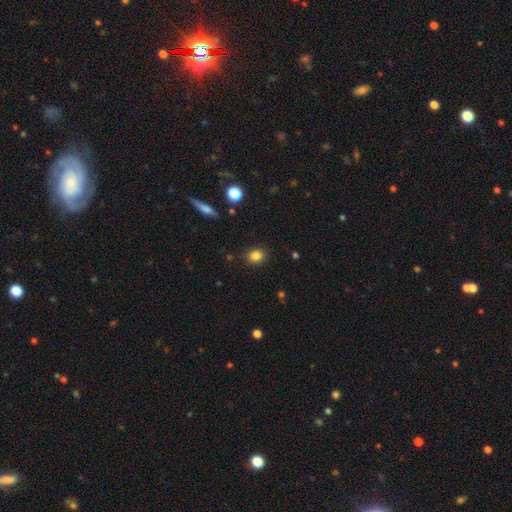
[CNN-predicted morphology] A smooth galaxy with no disk features (84%) that is round (65%).

Vote fractions:
- Smooth or featured? smooth: 84% / star or artifact: 11% / featured or disk: 5%
- How rounded? round: 65% / in between: 34% / cigar-shaped: 1%
- Merging? none: 88% / minor disturbance: 8% / major disturbance: 2% / merger: 1%